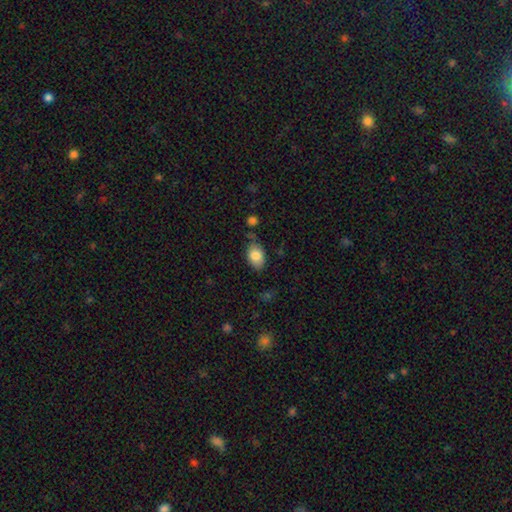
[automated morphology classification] type=smooth (83%); roundness=in between (85%); merging=none (70%).